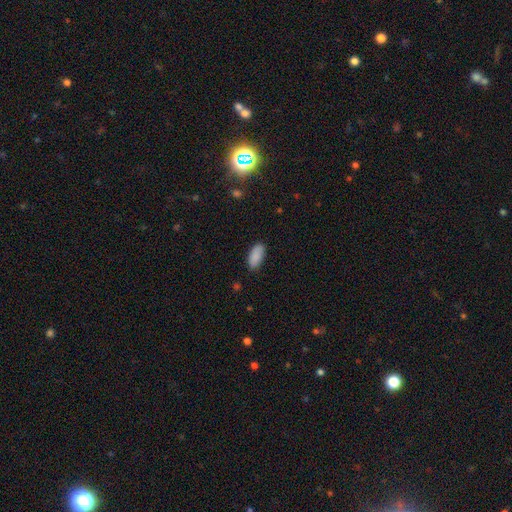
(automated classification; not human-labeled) A smooth galaxy with no disk features (89%) that is in between round and cigar-shaped (90%).

Vote fractions:
- Smooth or featured? smooth: 89% / star or artifact: 7% / featured or disk: 4%
- How rounded? in between: 90% / cigar-shaped: 8% / round: 2%
- Merging? none: 85% / minor disturbance: 12% / major disturbance: 2% / merger: 1%